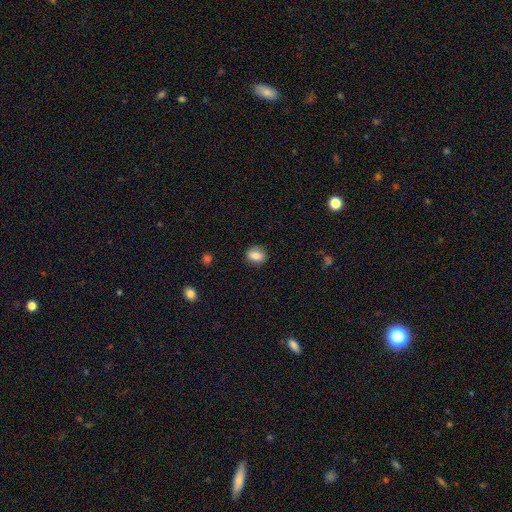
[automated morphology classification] The model was most divided on "how rounded": round: 56%, in between: 42%, cigar-shaped: 2%. More confident: merging — none (86%); smooth or featured — smooth (79%).